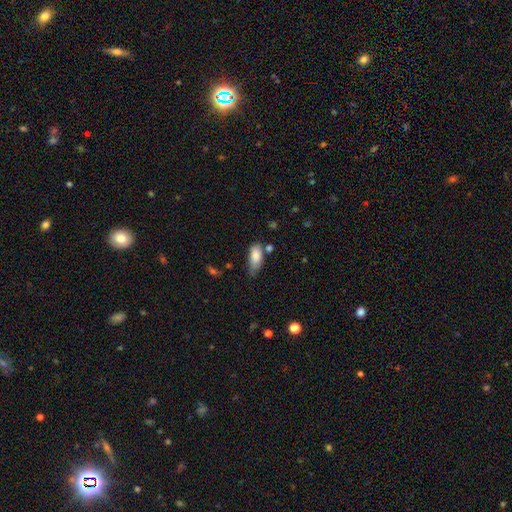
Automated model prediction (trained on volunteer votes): Smooth or featured? smooth (83%)
How rounded? in between (87%)
Merging? none (47%)